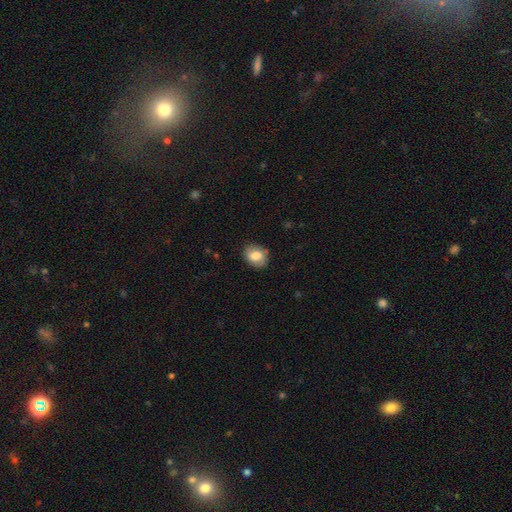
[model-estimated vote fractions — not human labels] smooth 75%, featured or disk 17%, star or artifact 8%. Down the decision tree: how rounded — in between (56%); merging — none (80%).